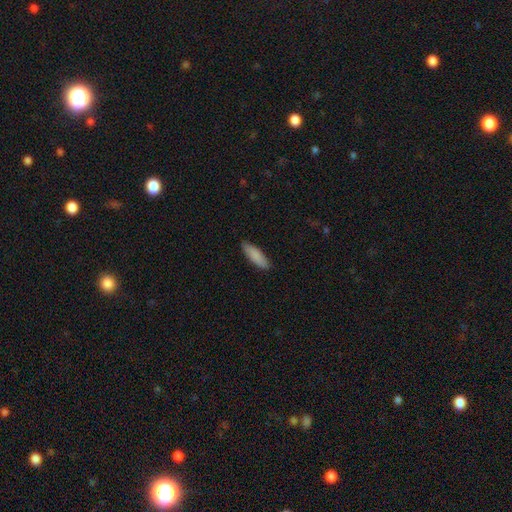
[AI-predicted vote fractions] This is clearly a smooth galaxy (88%). How rounded: possibly in between (53%). Merging: clearly none (86%).